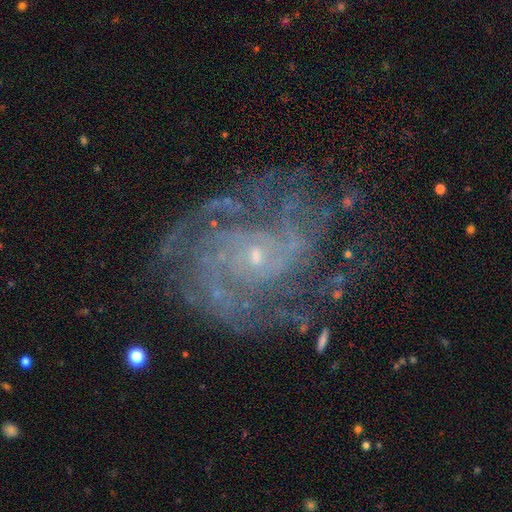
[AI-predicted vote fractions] Q: Smooth or featured?
A: featured or disk (87%); runner-up: star or artifact (8%)
Q: Edge-on disk?
A: no (98%); runner-up: yes (2%)
Q: Bar?
A: no (73%); runner-up: weak (21%)
Q: Spiral arms?
A: yes (97%); runner-up: no (3%)
Q: Spiral winding?
A: tight (59%); runner-up: medium (33%)
Q: Spiral arm count?
A: can't tell (26%); runner-up: 2 (21%)
Q: Bulge size?
A: small (85%); runner-up: moderate (9%)
Q: Merging?
A: none (72%); runner-up: minor disturbance (17%)